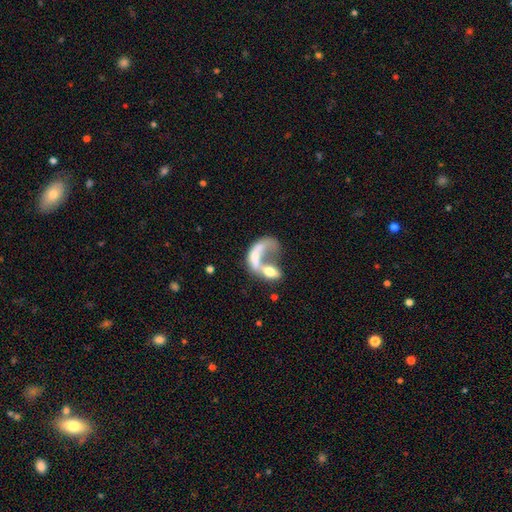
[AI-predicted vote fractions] A featured or disk galaxy (49%). Merging: merger (60%).